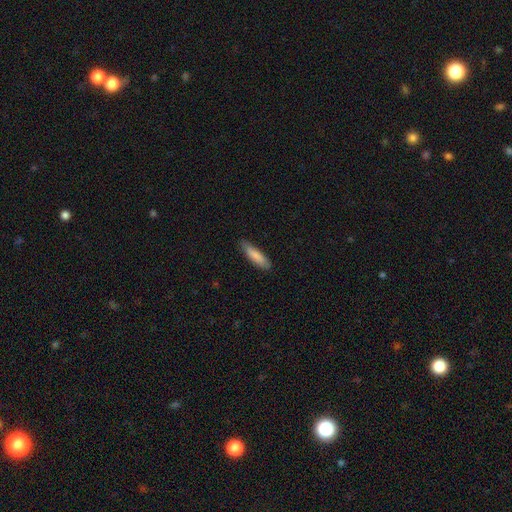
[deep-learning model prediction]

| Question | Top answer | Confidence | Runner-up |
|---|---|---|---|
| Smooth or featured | smooth | 84% | featured or disk (11%) |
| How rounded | cigar-shaped | 72% | in between (26%) |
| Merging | none | 83% | minor disturbance (14%) |